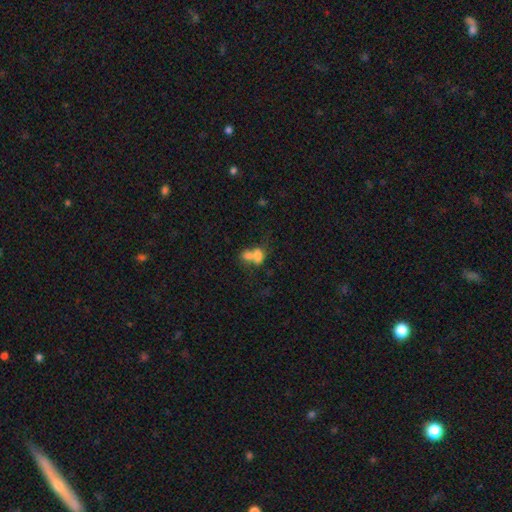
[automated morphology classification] smooth-or-featured: smooth: 70% | featured or disk: 19% | star or artifact: 11%
  how-rounded: in between: 67% | round: 31% | cigar-shaped: 2%
  merging: merger: 72% | none: 16% | minor disturbance: 6% | major disturbance: 6%